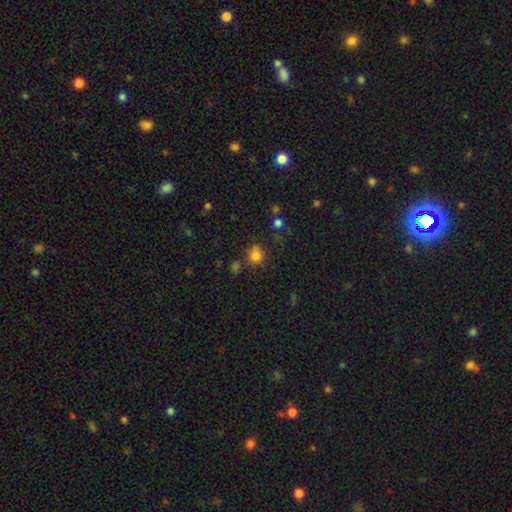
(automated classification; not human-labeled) Morphology: type=smooth (79%); roundness=round (85%); merging=none (70%).